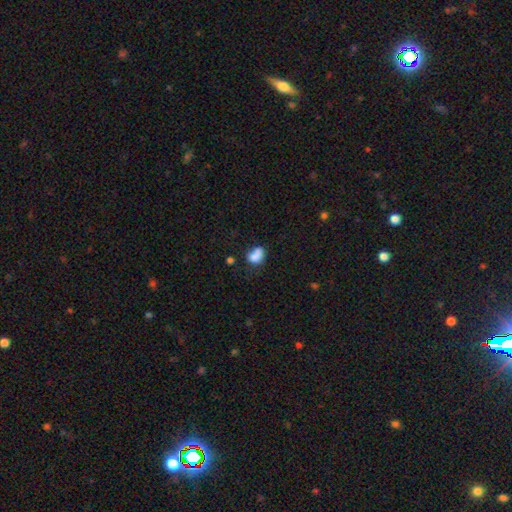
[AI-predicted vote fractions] Smooth or featured? smooth (77%)
How rounded? in between (64%)
Merging? none (35%)